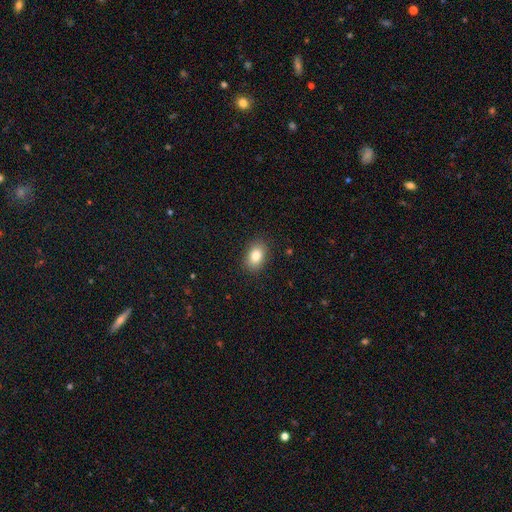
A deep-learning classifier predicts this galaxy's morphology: smooth 83%, star or artifact 9%, featured or disk 8%. Down the decision tree: how rounded — in between (79%); merging — none (88%).